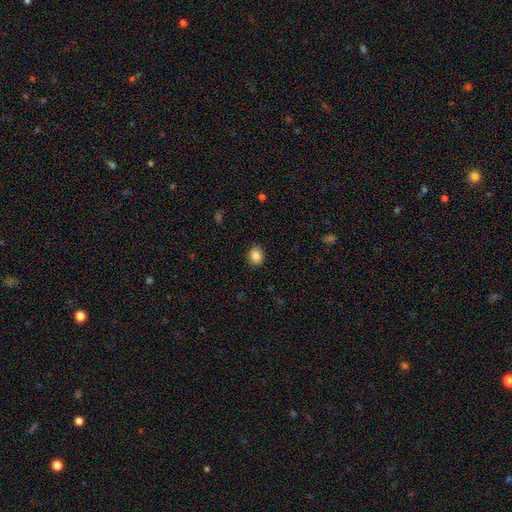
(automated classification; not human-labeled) Q: Smooth or featured?
A: smooth (86%); runner-up: star or artifact (9%)
Q: How rounded?
A: round (65%); runner-up: in between (34%)
Q: Merging?
A: none (88%); runner-up: minor disturbance (9%)